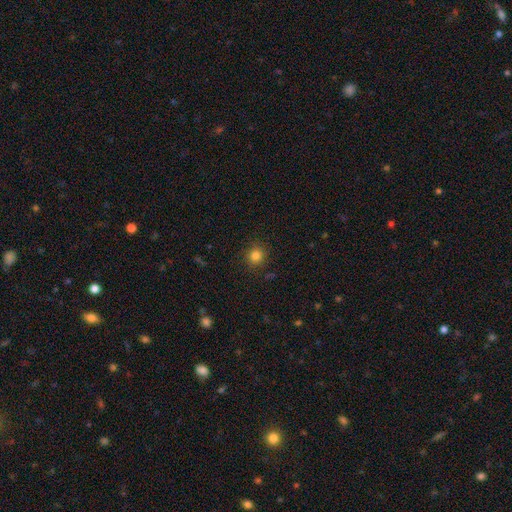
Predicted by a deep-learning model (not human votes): A smooth galaxy with no disk features (81%) that is round (92%). Merging: none (90%).